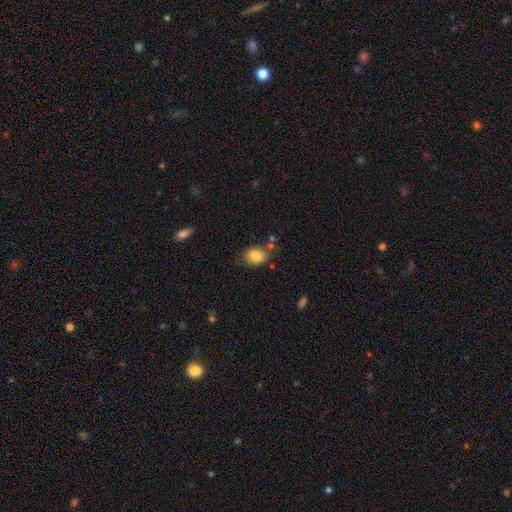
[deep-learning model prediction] This appears to be a smooth galaxy with no disk features (85%) that is in between round and cigar-shaped (71%). Merging: none (72%).